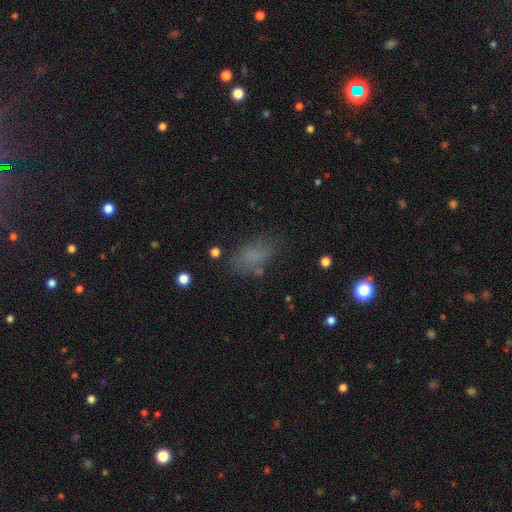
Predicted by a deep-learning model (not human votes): Q: Smooth or featured?
A: smooth (74%); runner-up: star or artifact (15%)
Q: How rounded?
A: in between (88%); runner-up: round (8%)
Q: Merging?
A: none (68%); runner-up: minor disturbance (19%)